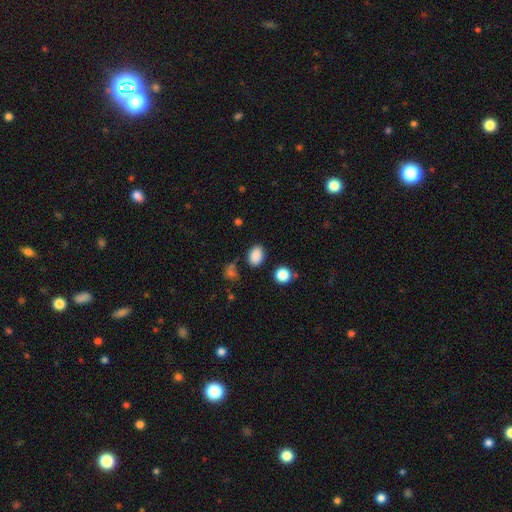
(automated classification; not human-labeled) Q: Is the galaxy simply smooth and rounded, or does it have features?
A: smooth — 86%.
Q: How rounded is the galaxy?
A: in between — 77%.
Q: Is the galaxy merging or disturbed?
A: none — 81%.